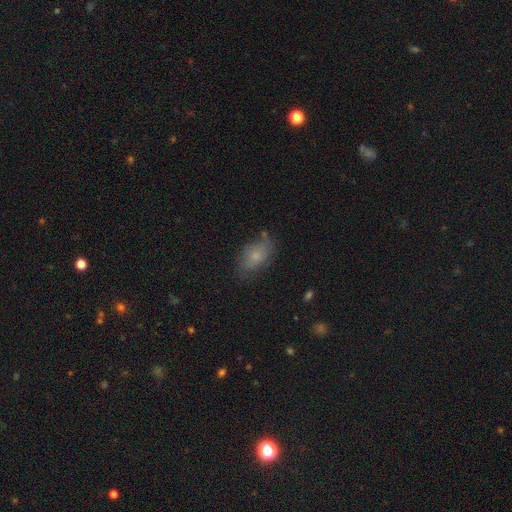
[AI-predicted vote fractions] smooth 72%, featured or disk 19%, star or artifact 9%. Down the decision tree: how rounded — in between (89%); merging — none (68%).